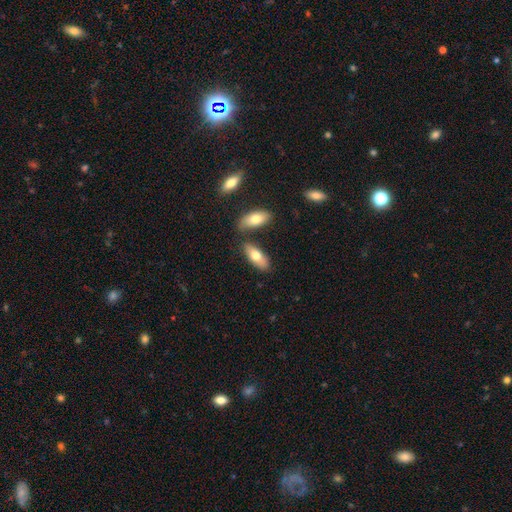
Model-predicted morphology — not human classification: A smooth galaxy with no disk features (70%) that is in between round and cigar-shaped (79%).

Vote fractions:
- Smooth or featured? smooth: 70% / featured or disk: 24% / star or artifact: 6%
- How rounded? in between: 79% / cigar-shaped: 19% / round: 2%
- Merging? none: 69% / merger: 16% / minor disturbance: 12% / major disturbance: 3%